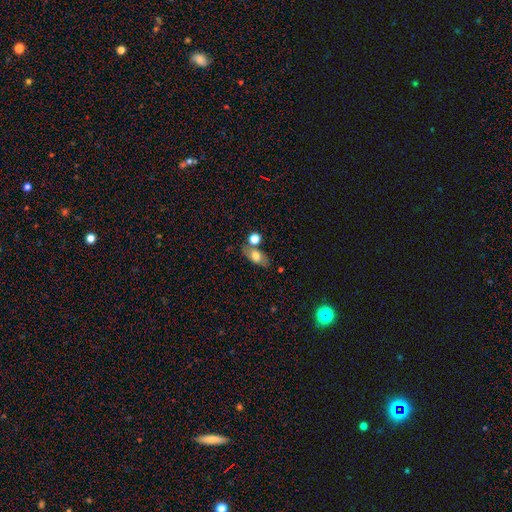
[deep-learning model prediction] smooth 66%, featured or disk 24%, star or artifact 10%. Down the decision tree: how rounded — in between (82%); merging — none (60%).